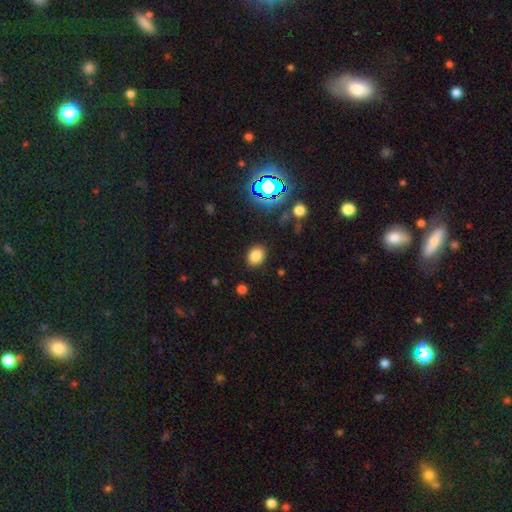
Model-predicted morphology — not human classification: Smooth or featured?
  - smooth: 79% *
  - star or artifact: 15%
  - featured or disk: 6%
How rounded?
  - in between: 57% *
  - round: 42%
  - cigar-shaped: 1%
Merging?
  - none: 87% *
  - minor disturbance: 9%
  - major disturbance: 3%
  - merger: 1%